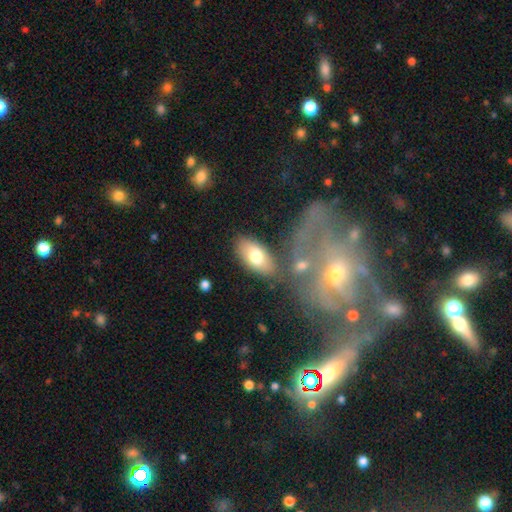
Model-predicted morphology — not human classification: Smooth or featured? smooth (72%)
How rounded? in between (91%)
Merging? none (69%)